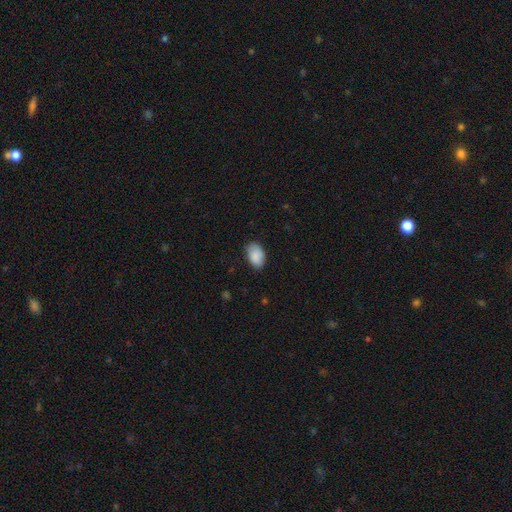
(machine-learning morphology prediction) smooth_or_featured: smooth (p=0.88) [alt: star or artifact p=0.06]
how_rounded: in between (p=0.92) [alt: round p=0.07]
merging: none (p=0.79) [alt: minor disturbance p=0.17]